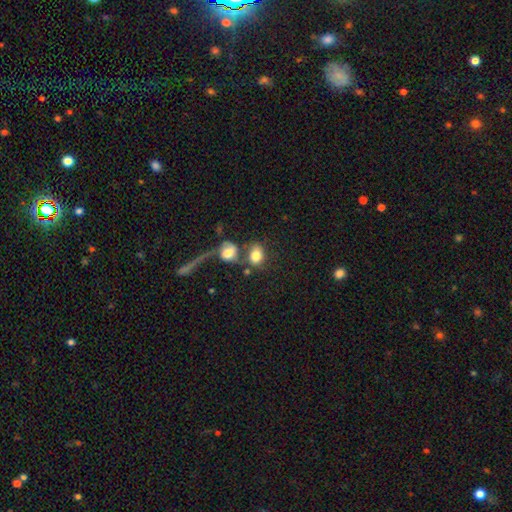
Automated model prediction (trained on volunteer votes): A smooth galaxy with no disk features (75%) that is in between round and cigar-shaped (61%). Merging: merger (46%).